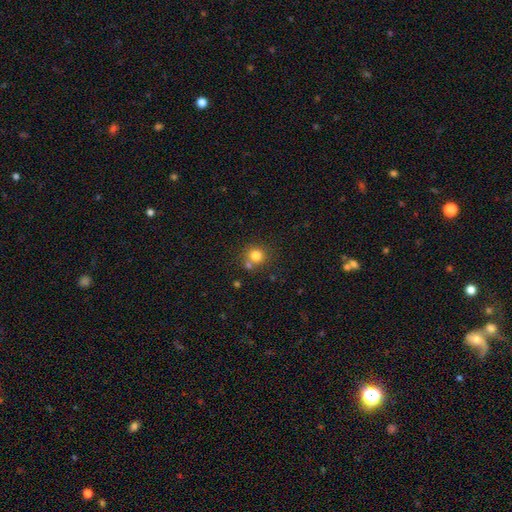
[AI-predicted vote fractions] This is clearly a smooth galaxy (80%). How rounded: clearly round (90%). Merging: likely none (69%).